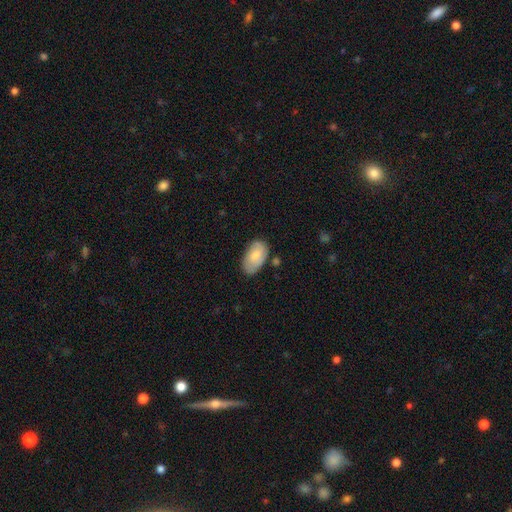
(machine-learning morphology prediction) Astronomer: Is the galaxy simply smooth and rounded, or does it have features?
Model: smooth — 76%.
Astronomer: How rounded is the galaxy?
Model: in between — 94%.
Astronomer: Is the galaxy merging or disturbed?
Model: none — 66%.